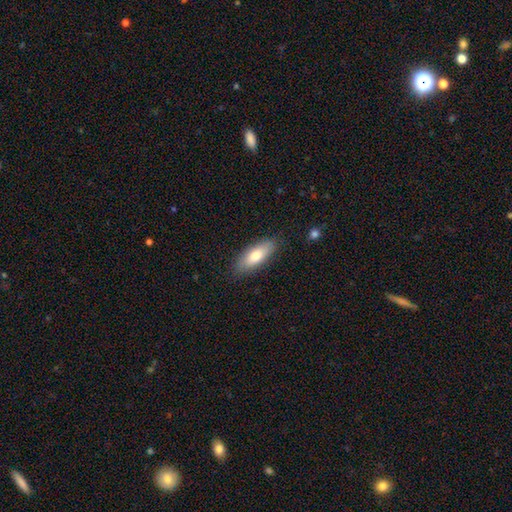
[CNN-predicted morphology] Smooth or featured? smooth (75%)
How rounded? in between (67%)
Merging? none (85%)